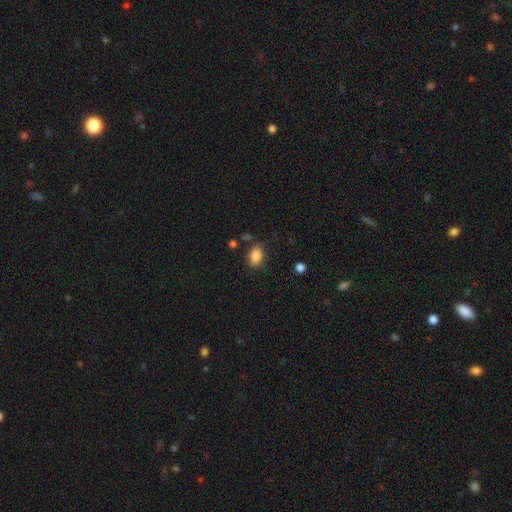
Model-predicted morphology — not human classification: The model was most divided on "merging": none: 78%, minor disturbance: 14%, major disturbance: 4%, merger: 4%. More confident: smooth or featured — smooth (86%); how rounded — in between (83%).